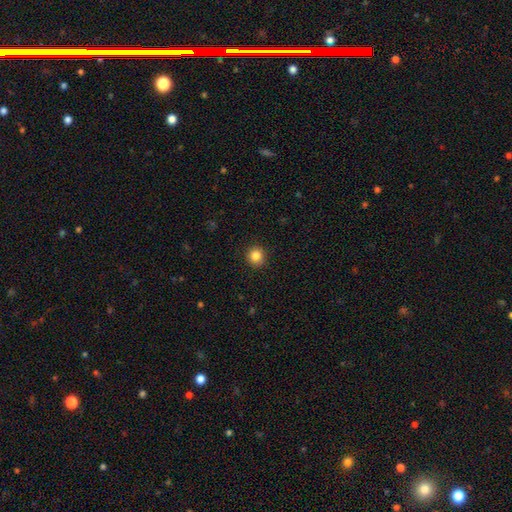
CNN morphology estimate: Smooth or featured: smooth — 85% (star or artifact — 10%)
How rounded: round — 92% (in between — 7%)
Merging: none — 91% (minor disturbance — 6%)